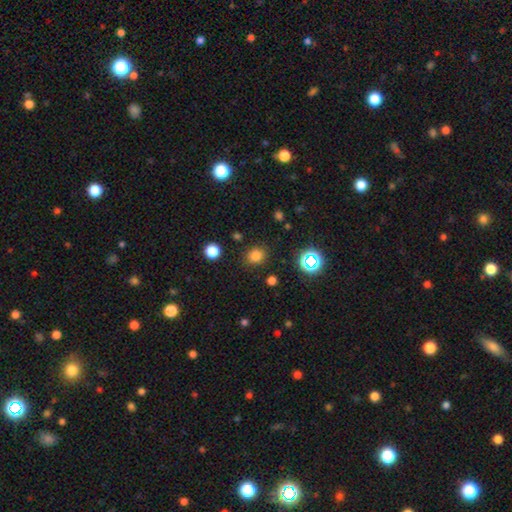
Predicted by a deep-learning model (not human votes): This is likely a smooth galaxy (77%). How rounded: likely round (72%). Merging: clearly none (85%).